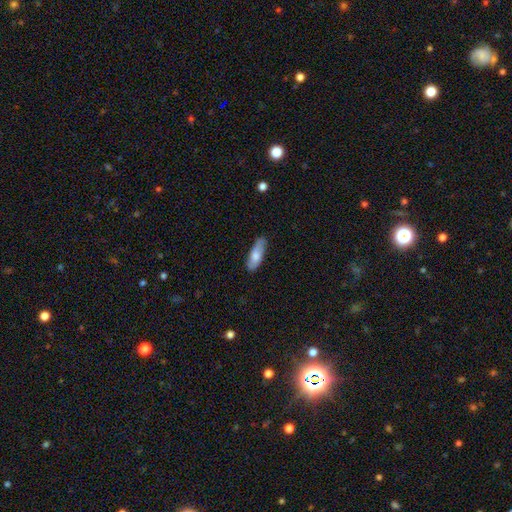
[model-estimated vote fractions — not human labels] Smooth or featured: smooth — 70% (featured or disk — 24%)
How rounded: in between — 57% (cigar-shaped — 41%)
Merging: none — 78% (minor disturbance — 18%)